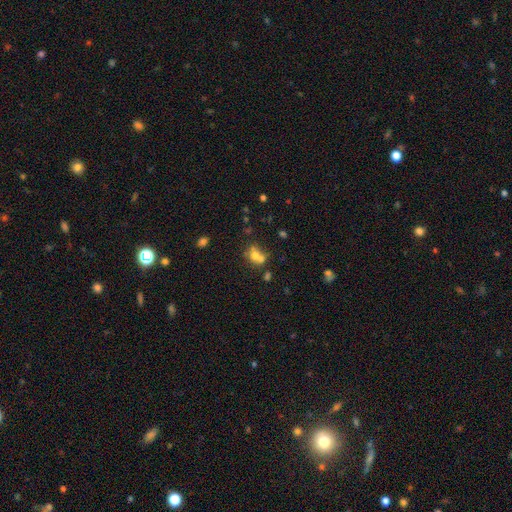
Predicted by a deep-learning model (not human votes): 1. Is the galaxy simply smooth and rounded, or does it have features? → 63% smooth, 22% featured or disk, 15% star or artifact.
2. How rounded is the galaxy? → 61% round, 38% in between, 1% cigar-shaped.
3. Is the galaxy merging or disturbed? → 53% merger, 33% none, 9% minor disturbance, 5% major disturbance.